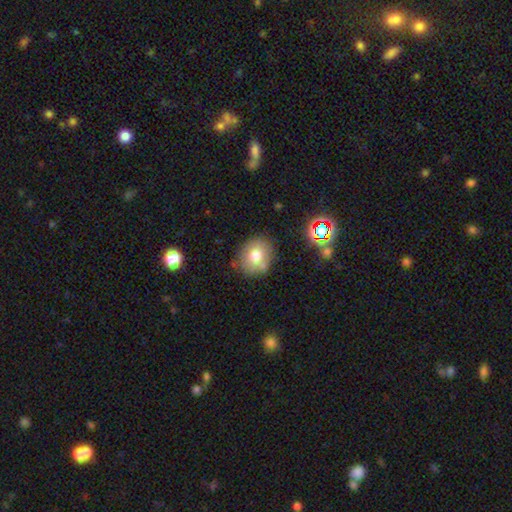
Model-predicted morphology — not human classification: Smooth or featured? Predicted: smooth (p=0.73). How rounded? Predicted: round (p=0.68). Merging? Predicted: none (p=0.74).